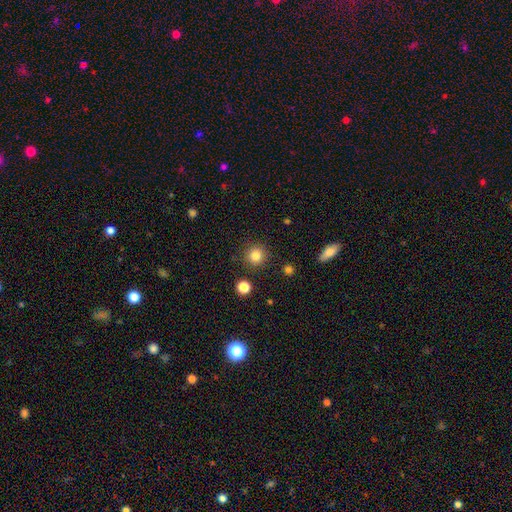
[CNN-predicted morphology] Smooth or featured? smooth (83%)
How rounded? round (94%)
Merging? none (90%)